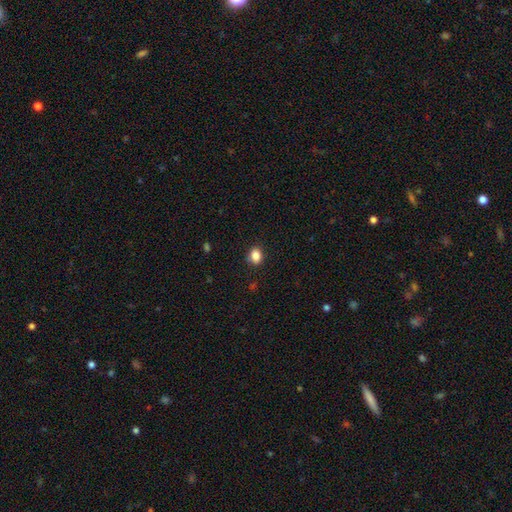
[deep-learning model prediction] Smooth or featured: smooth — 86% (star or artifact — 10%)
How rounded: in between — 55% (round — 44%)
Merging: none — 87% (minor disturbance — 10%)